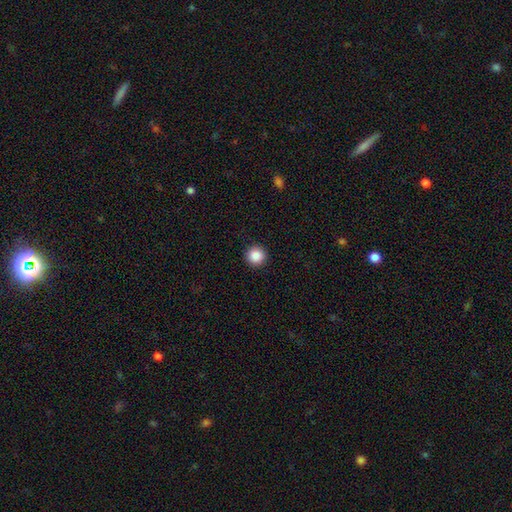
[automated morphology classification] smooth_or_featured: smooth (p=0.87) [alt: star or artifact p=0.10]
how_rounded: round (p=0.96) [alt: in between p=0.03]
merging: none (p=0.94) [alt: minor disturbance p=0.04]